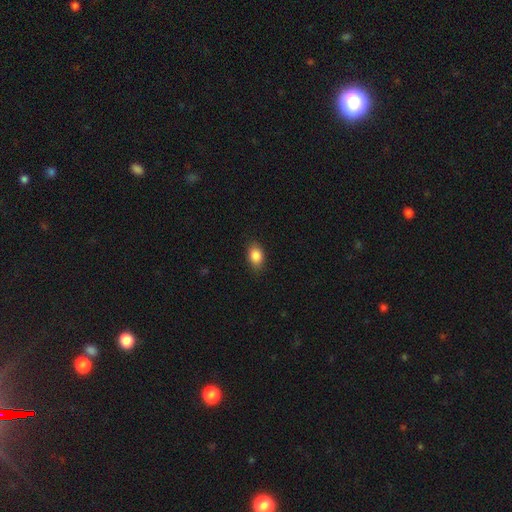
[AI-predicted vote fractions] smooth-or-featured: smooth: 87% | star or artifact: 8% | featured or disk: 5%
  how-rounded: in between: 80% | round: 18% | cigar-shaped: 2%
  merging: none: 84% | minor disturbance: 12% | major disturbance: 3% | merger: 1%